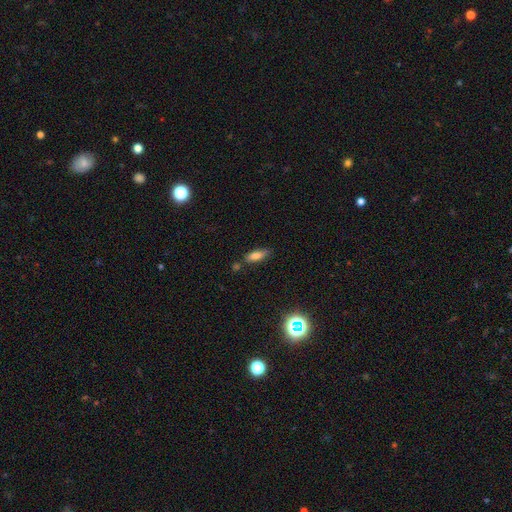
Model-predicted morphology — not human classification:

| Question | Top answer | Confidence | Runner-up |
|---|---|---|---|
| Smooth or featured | smooth | 78% | featured or disk (12%) |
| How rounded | in between | 64% | cigar-shaped (33%) |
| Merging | none | 71% | minor disturbance (17%) |